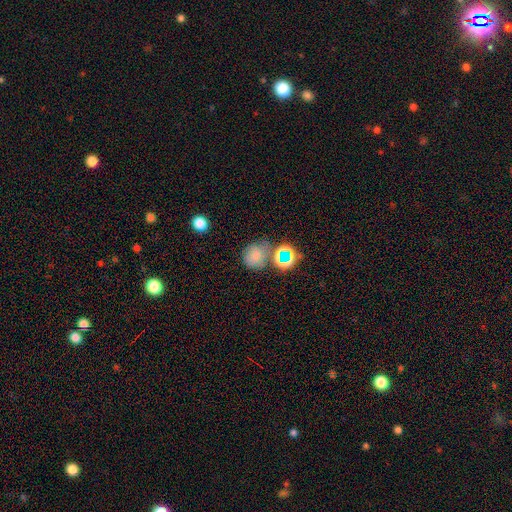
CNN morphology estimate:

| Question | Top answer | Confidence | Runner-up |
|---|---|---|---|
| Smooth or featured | smooth | 69% | star or artifact (21%) |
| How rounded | round | 78% | in between (21%) |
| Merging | none | 56% | merger (20%) |